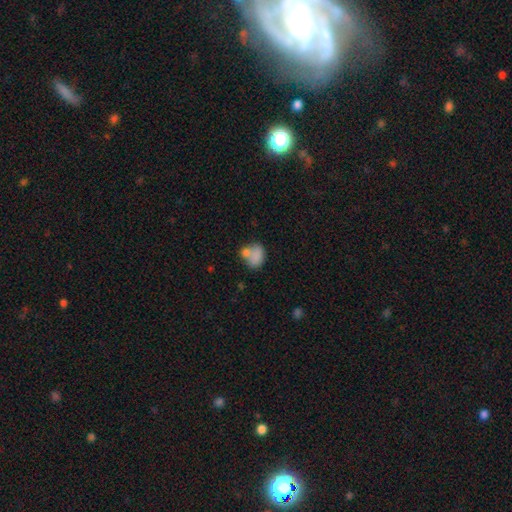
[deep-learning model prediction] The model was most divided on "merging": merger: 40%, none: 38%, minor disturbance: 14%, major disturbance: 7%. More confident: smooth or featured — smooth (79%); how rounded — in between (62%).